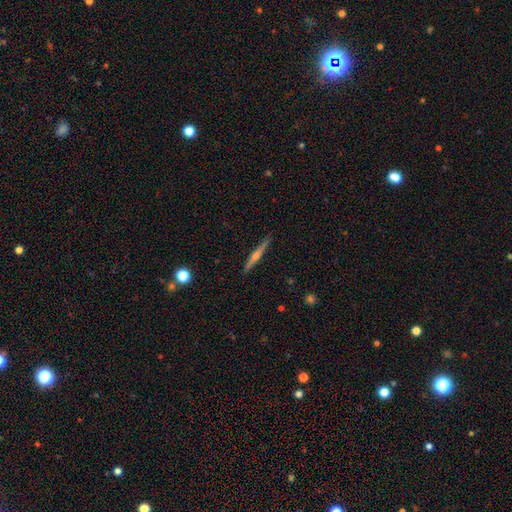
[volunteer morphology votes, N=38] Volunteers were most divided on "smooth or featured": featured or disk: 82%, smooth: 16%, star or artifact: 3%. More confident: edge-on disk — yes (100%); edge-on bulge — rounded (97%); merging — none (92%).